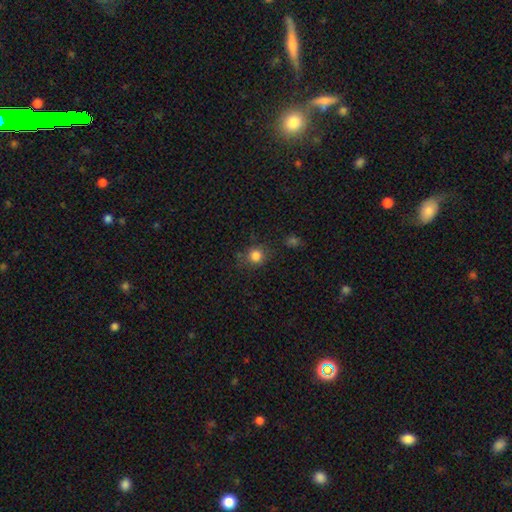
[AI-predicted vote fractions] The model was most divided on "merging": none: 77%, minor disturbance: 14%, major disturbance: 5%, merger: 4%. More confident: how rounded — round (89%); smooth or featured — smooth (83%).